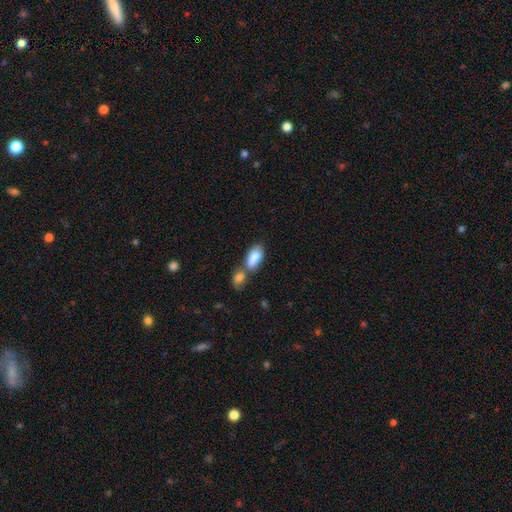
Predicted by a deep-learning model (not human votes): This is clearly a smooth galaxy (84%). How rounded: clearly in between (91%). Merging: possibly merger (52%).